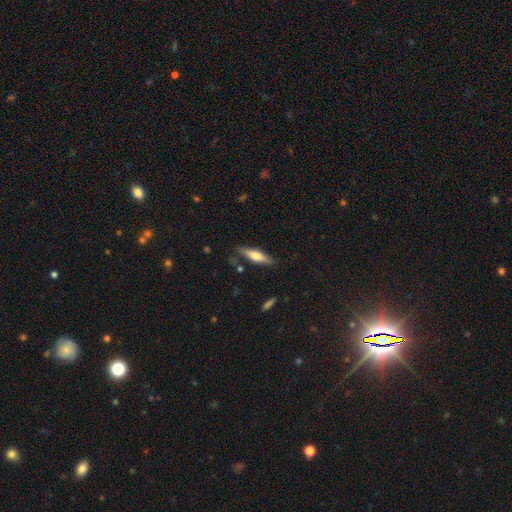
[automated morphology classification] Smooth or featured: smooth — 52% (featured or disk — 42%)
How rounded: cigar-shaped — 64% (in between — 34%)
Merging: none — 79% (minor disturbance — 15%)